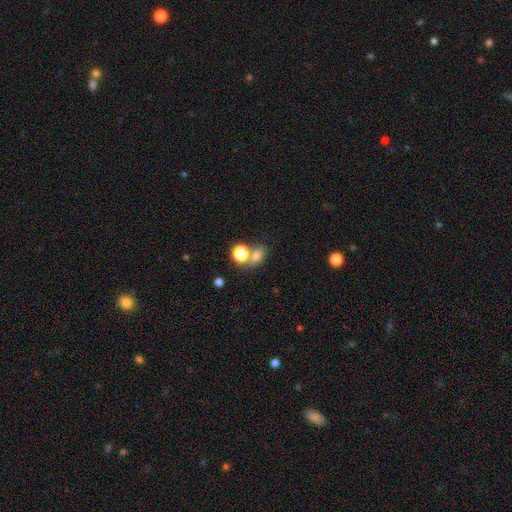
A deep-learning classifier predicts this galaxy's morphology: type=smooth (75%); roundness=in between (59%); merging=none (50%).